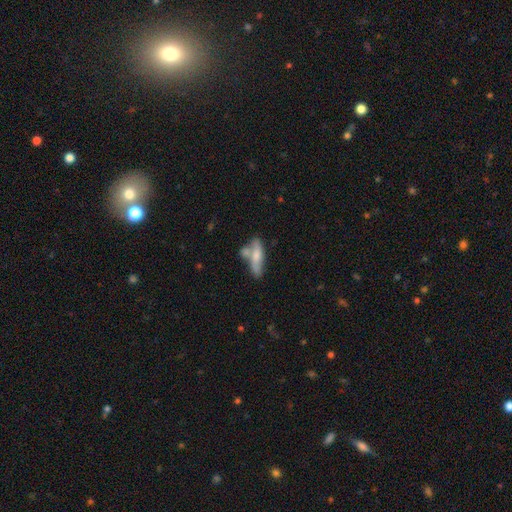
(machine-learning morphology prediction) smooth 56%, featured or disk 37%, star or artifact 7%. Down the decision tree: how rounded — in between (49%); merging — none (40%).